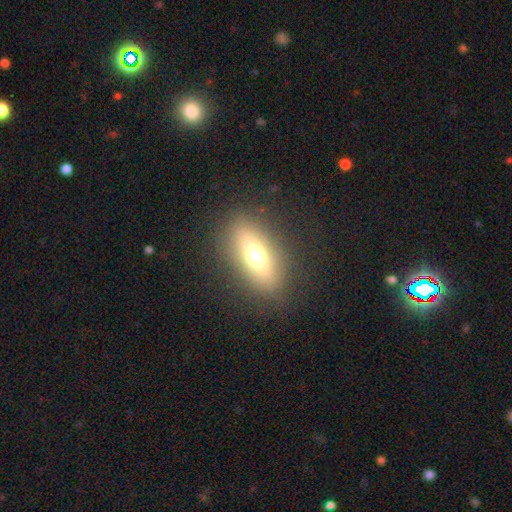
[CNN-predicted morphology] smooth 51%, featured or disk 38%, star or artifact 11%. Down the decision tree: how rounded — in between (63%); merging — none (86%).